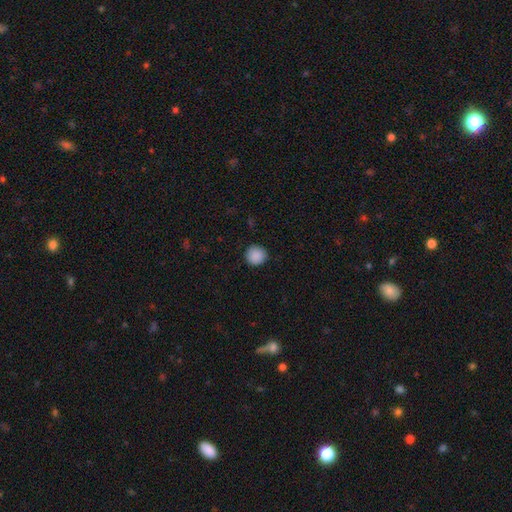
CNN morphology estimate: Smooth or featured: smooth — 89% (star or artifact — 8%)
How rounded: round — 94% (in between — 6%)
Merging: none — 90% (minor disturbance — 7%)